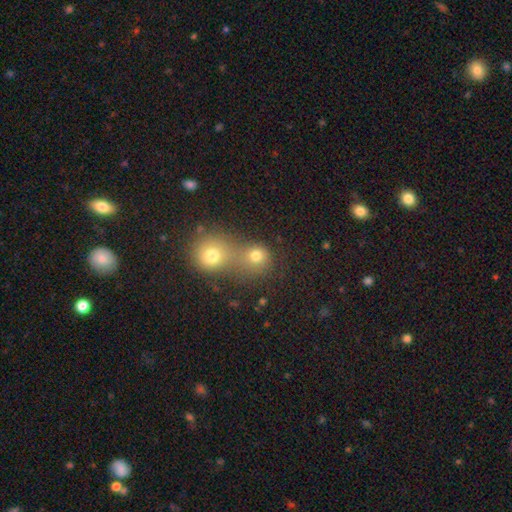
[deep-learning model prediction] Overall: smooth (75%). How rounded: round (84%). Merging: merger (58%; none 33%).